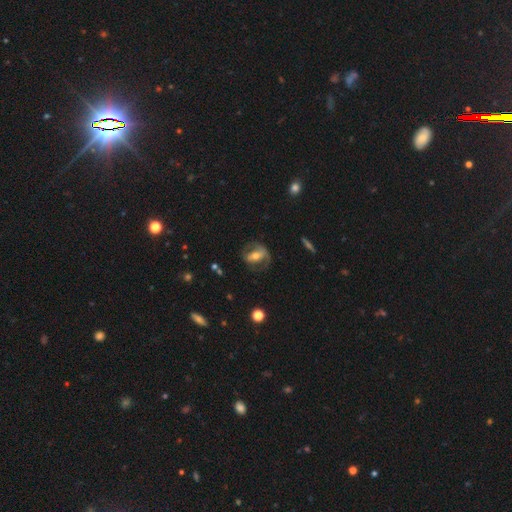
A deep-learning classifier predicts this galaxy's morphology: Smooth or featured: featured or disk — 65% (smooth — 28%)
Edge-on disk: no — 89% (yes — 11%)
Bar: strong — 49% (weak — 27%)
Spiral arms: yes — 56% (no — 44%)
Bulge size: moderate — 62% (small — 28%)
Merging: none — 64% (minor disturbance — 18%)